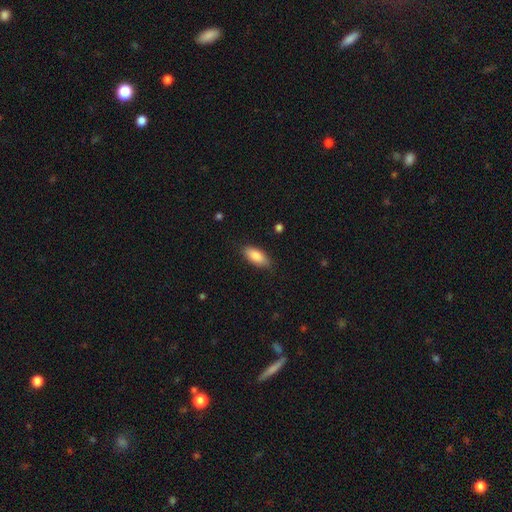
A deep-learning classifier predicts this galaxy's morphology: A smooth galaxy with no disk features (86%) that is in between round and cigar-shaped (85%). Merging: none (83%).